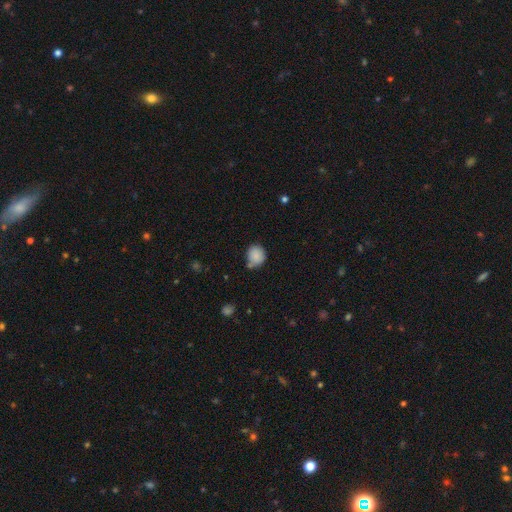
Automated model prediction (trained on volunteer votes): This appears to be a smooth galaxy with no disk features (86%) that is round (71%). Merging: none (63%).